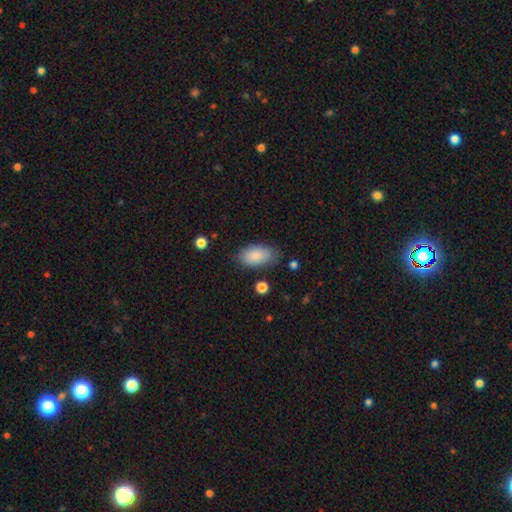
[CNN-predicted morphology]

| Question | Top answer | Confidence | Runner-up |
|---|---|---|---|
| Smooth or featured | smooth | 86% | featured or disk (7%) |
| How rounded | in between | 94% | round (3%) |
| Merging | none | 77% | minor disturbance (17%) |